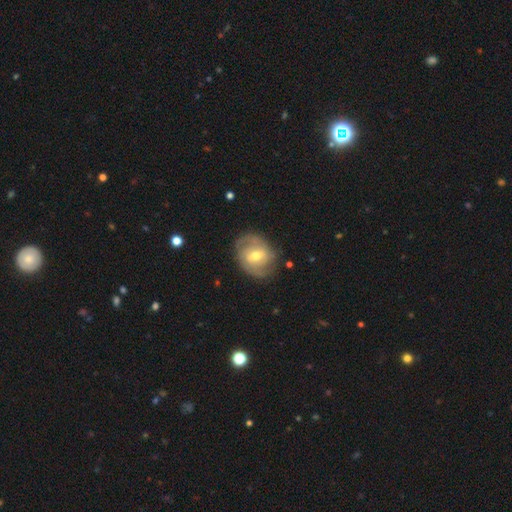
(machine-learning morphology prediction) The model was most divided on "spiral winding": tight: 46%, medium: 38%, loose: 16%. More confident: edge-on disk — no (96%); spiral arms — yes (80%); merging — none (74%); bulge size — moderate (69%); smooth or featured — featured or disk (68%); spiral arm count — 2 (59%); bar — weak (53%).